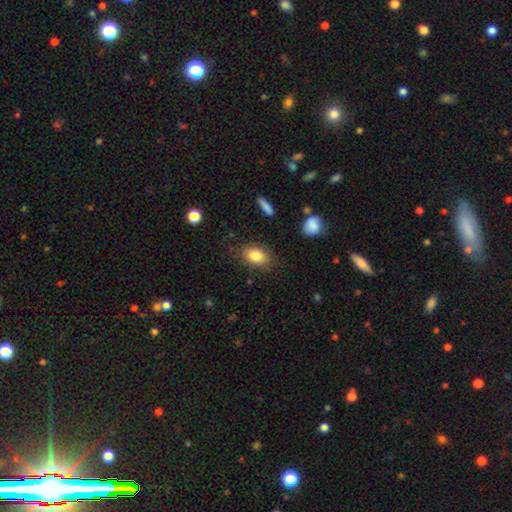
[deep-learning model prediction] Morphology: type=smooth (84%); roundness=in between (84%); merging=none (81%).